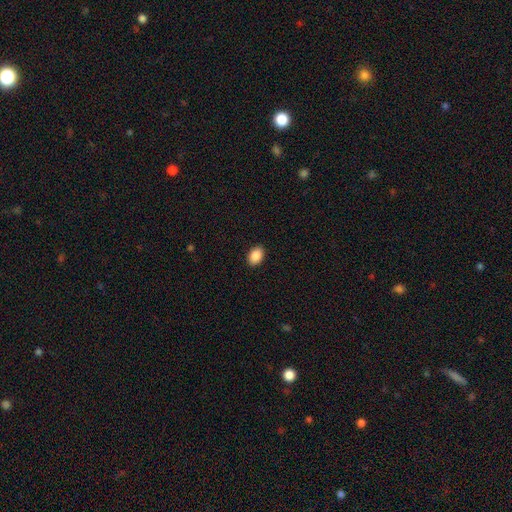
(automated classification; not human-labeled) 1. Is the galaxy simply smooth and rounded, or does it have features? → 89% smooth, 8% star or artifact, 3% featured or disk.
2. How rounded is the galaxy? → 85% in between, 14% round, 1% cigar-shaped.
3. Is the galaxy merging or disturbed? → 90% none, 7% minor disturbance, 2% major disturbance, 1% merger.